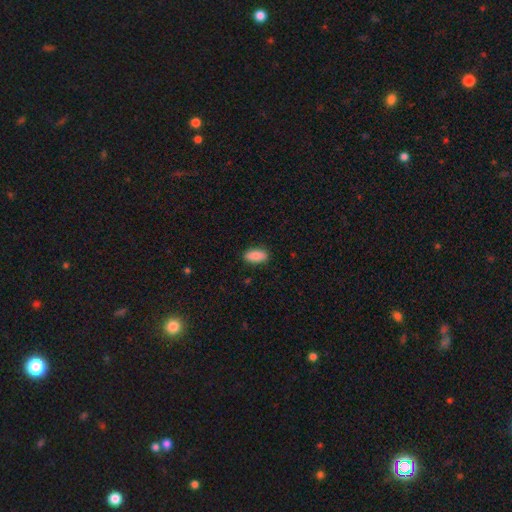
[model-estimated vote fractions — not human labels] smooth 89%, star or artifact 7%, featured or disk 5%. Down the decision tree: how rounded — in between (90%); merging — none (88%).